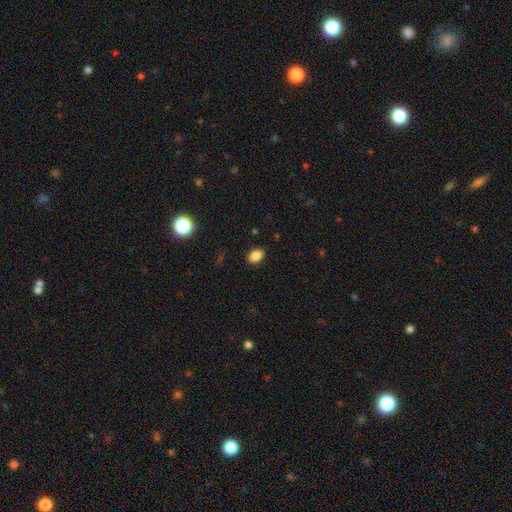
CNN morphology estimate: Smooth or featured? smooth (86%)
How rounded? in between (81%)
Merging? none (88%)